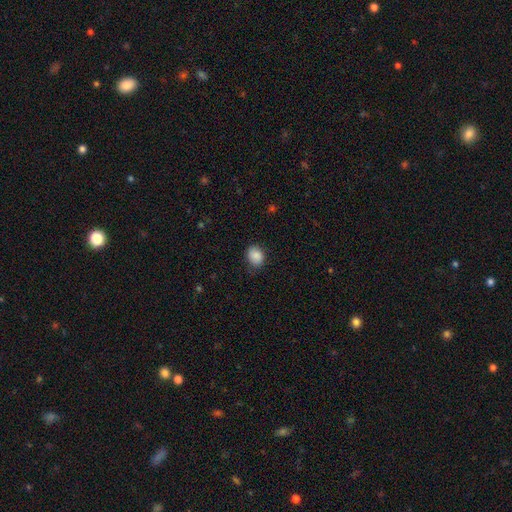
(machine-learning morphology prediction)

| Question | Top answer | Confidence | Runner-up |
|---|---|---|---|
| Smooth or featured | smooth | 88% | star or artifact (8%) |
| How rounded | in between | 52% | round (47%) |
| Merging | none | 78% | minor disturbance (17%) |